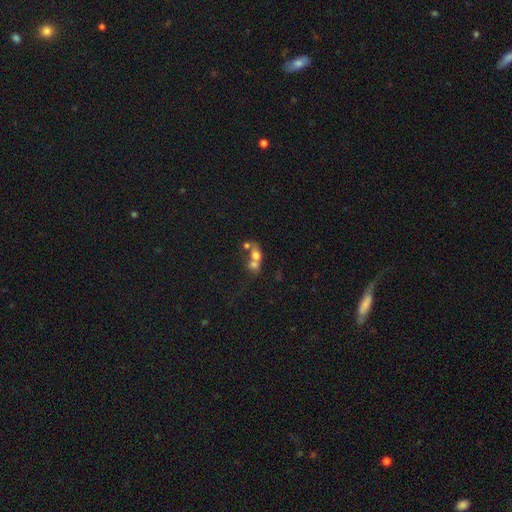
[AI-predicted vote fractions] Overall: smooth (62%; featured or disk 26%). How rounded: round (52%; in between 45%). Merging: merger (68%).